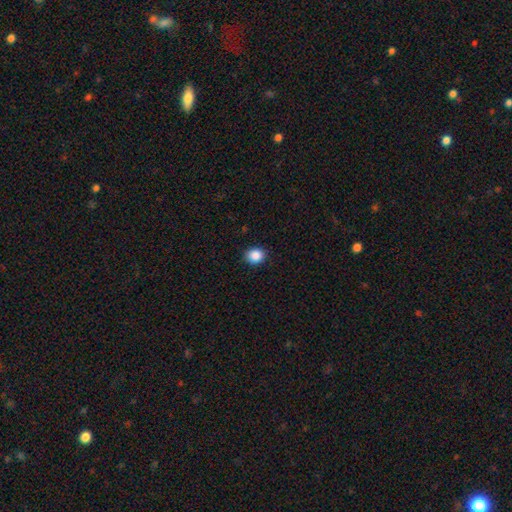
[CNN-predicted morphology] Smooth or featured? Predicted: smooth (p=0.88). How rounded? Predicted: round (p=0.73). Merging? Predicted: none (p=0.90).